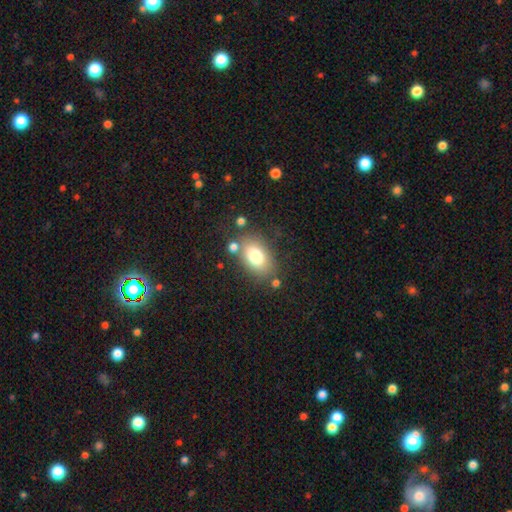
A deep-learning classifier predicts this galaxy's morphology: Smooth or featured?
  - smooth: 78% *
  - featured or disk: 13%
  - star or artifact: 9%
How rounded?
  - in between: 84% *
  - round: 14%
  - cigar-shaped: 2%
Merging?
  - none: 73% *
  - minor disturbance: 14%
  - merger: 8%
  - major disturbance: 5%